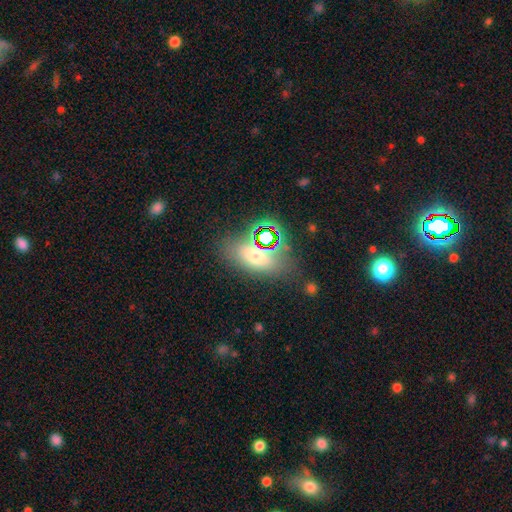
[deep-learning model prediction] Q: Smooth or featured?
A: smooth (61%); runner-up: star or artifact (23%)
Q: How rounded?
A: in between (76%); runner-up: round (19%)
Q: Merging?
A: none (71%); runner-up: minor disturbance (14%)